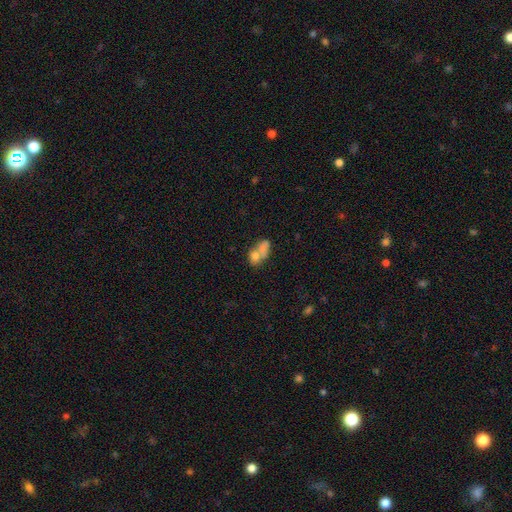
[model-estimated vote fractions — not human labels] Q: Smooth or featured?
A: smooth (69%); runner-up: featured or disk (20%)
Q: How rounded?
A: in between (68%); runner-up: round (29%)
Q: Merging?
A: merger (62%); runner-up: none (22%)